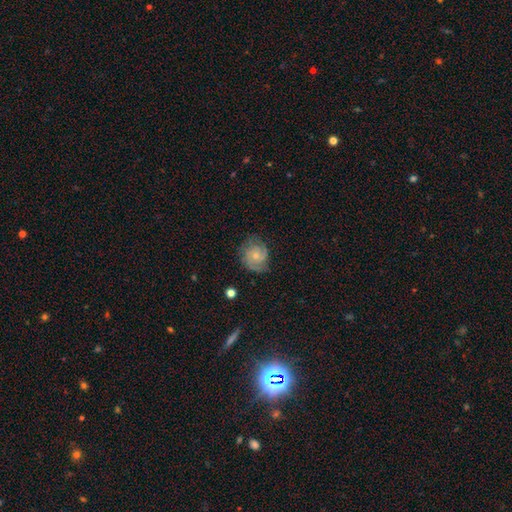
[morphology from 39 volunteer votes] Smooth or featured: featured or disk — 67% (smooth — 26%)
Edge-on disk: no — 88% (yes — 12%)
Bar: no — 74% (weak — 26%)
Spiral arms: yes — 96% (no — 4%)
Spiral winding: tight — 50% (medium — 41%)
Spiral arm count: 2 — 64% (can't tell — 27%)
Bulge size: moderate — 52% (small — 39%)
Merging: none — 78% (minor disturbance — 14%)